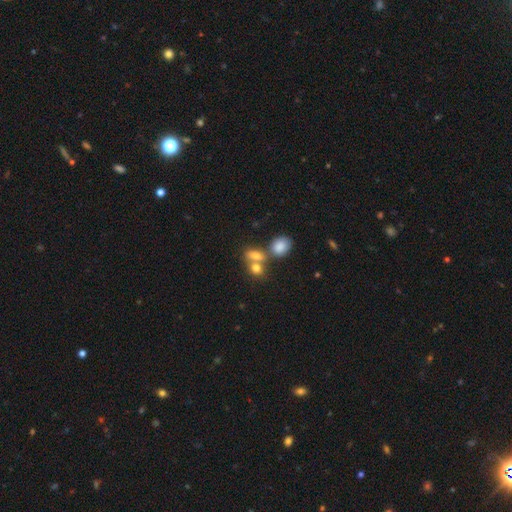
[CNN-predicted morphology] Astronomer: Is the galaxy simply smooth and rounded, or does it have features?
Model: smooth — 75%.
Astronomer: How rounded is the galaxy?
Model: in between — 64%.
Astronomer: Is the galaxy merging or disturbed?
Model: merger — 51% (runner-up: none, 35%).